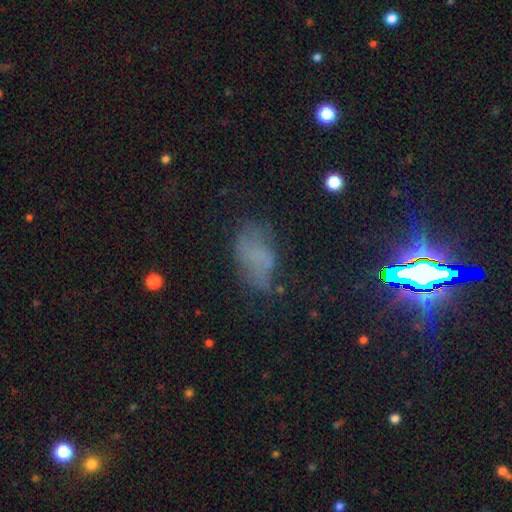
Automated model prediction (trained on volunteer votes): A smooth galaxy with no disk features (50%). Merging: none (53%).